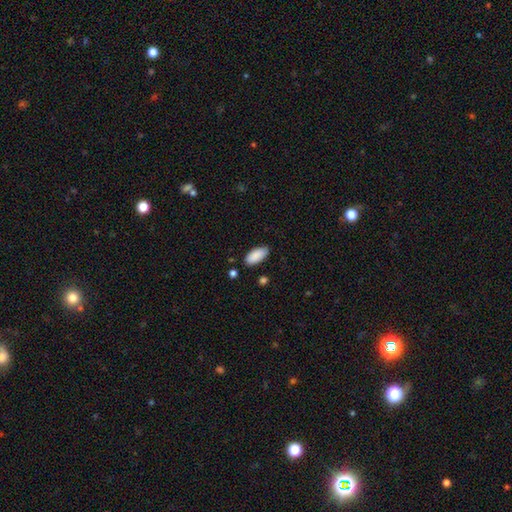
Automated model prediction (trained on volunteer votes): Overall: smooth (90%). How rounded: in between (91%). Merging: none (84%).